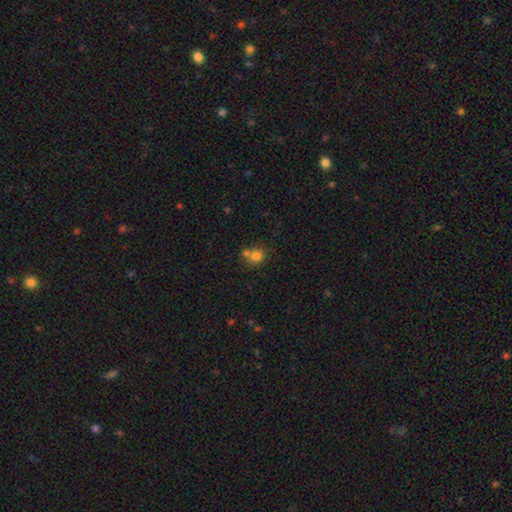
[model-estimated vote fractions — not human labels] This is likely a smooth galaxy (77%). How rounded: clearly round (80%). Merging: possibly none (51%).